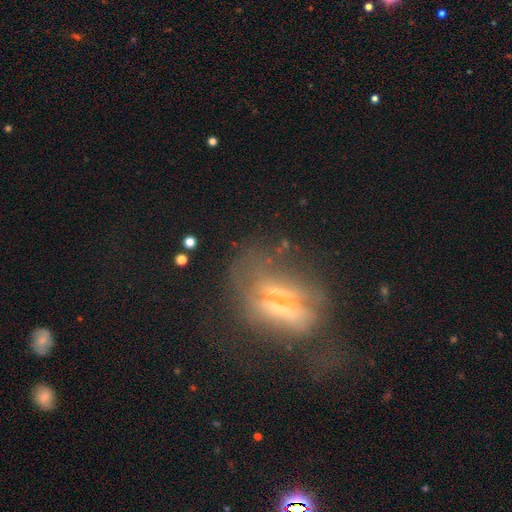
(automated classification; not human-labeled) Overall: featured or disk (52%; smooth 27%). Edge-on disk: no (82%). Merging: none (43%; major disturbance 31%).